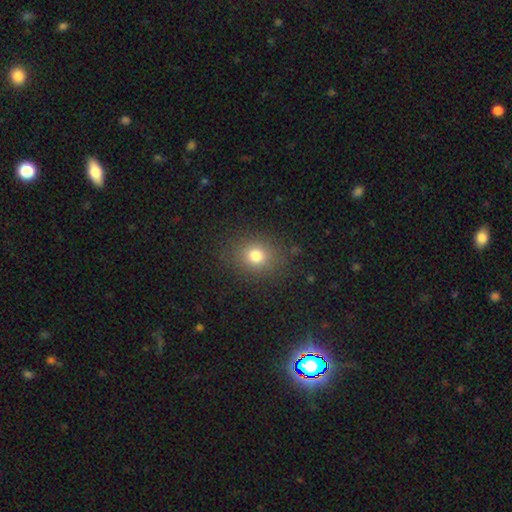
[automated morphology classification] smooth_or_featured: smooth (p=0.77) [alt: star or artifact p=0.15]
how_rounded: round (p=0.67) [alt: in between p=0.32]
merging: none (p=0.85) [alt: minor disturbance p=0.09]